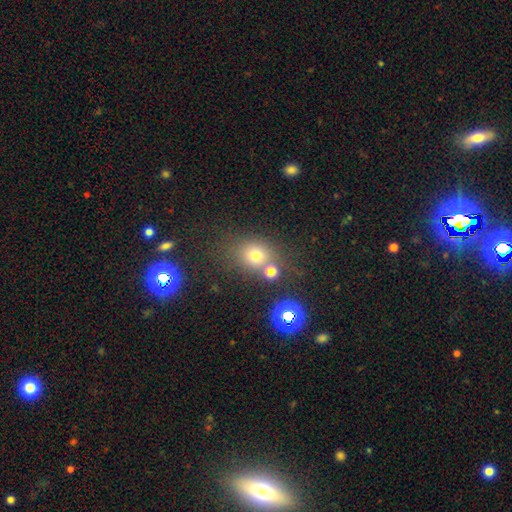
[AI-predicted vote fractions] Smooth or featured?
  - smooth: 69% *
  - star or artifact: 21%
  - featured or disk: 11%
How rounded?
  - round: 70% *
  - in between: 28%
  - cigar-shaped: 1%
Merging?
  - none: 63% *
  - merger: 19%
  - minor disturbance: 12%
  - major disturbance: 6%